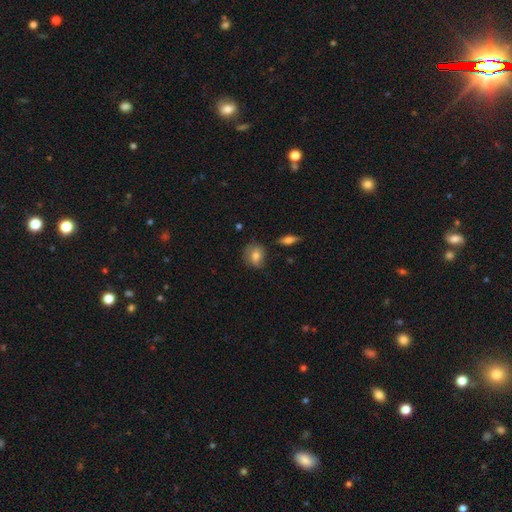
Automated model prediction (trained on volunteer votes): A smooth galaxy with no disk features (74%) that is round (66%).

Vote fractions:
- Smooth or featured? smooth: 74% / featured or disk: 17% / star or artifact: 9%
- How rounded? round: 66% / in between: 32% / cigar-shaped: 2%
- Merging? none: 69% / minor disturbance: 23% / major disturbance: 5% / merger: 3%